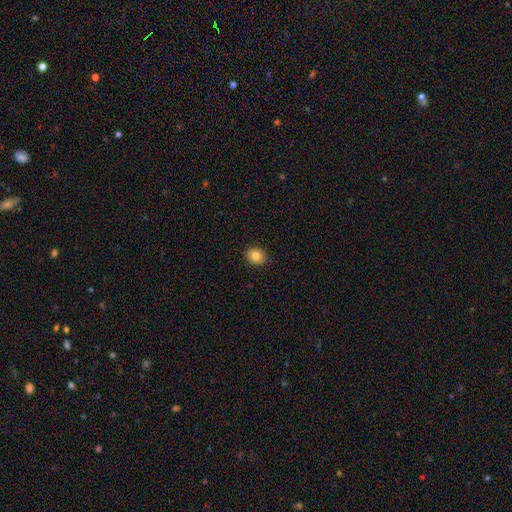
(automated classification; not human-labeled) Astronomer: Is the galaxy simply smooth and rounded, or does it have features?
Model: smooth — 83%.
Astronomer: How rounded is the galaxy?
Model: round — 77%.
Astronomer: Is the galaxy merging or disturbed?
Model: none — 90%.